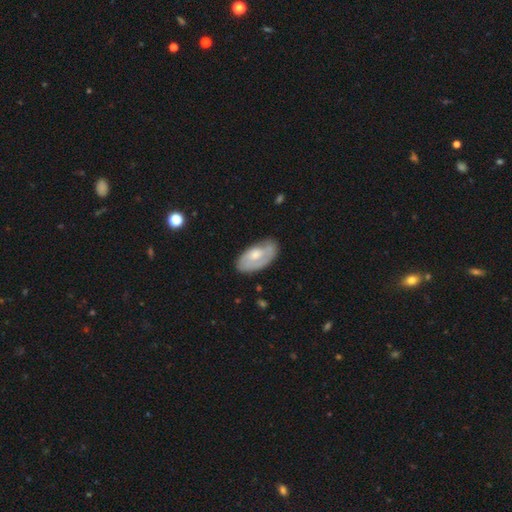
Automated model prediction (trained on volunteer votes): Morphology: type=featured or disk (53%); edge-on=no (92%); merging=none (66%).